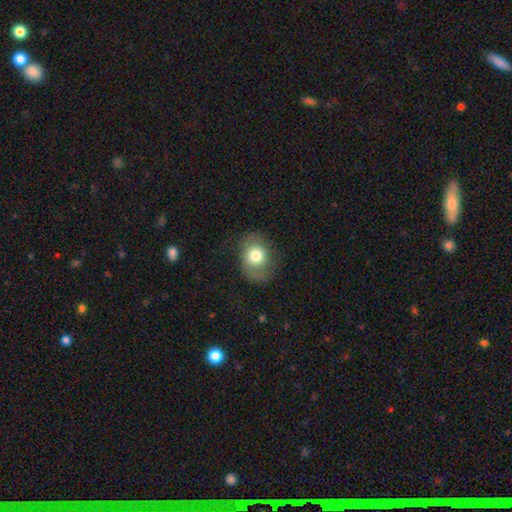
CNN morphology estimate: type=smooth (72%); roundness=round (55%); merging=none (63%).